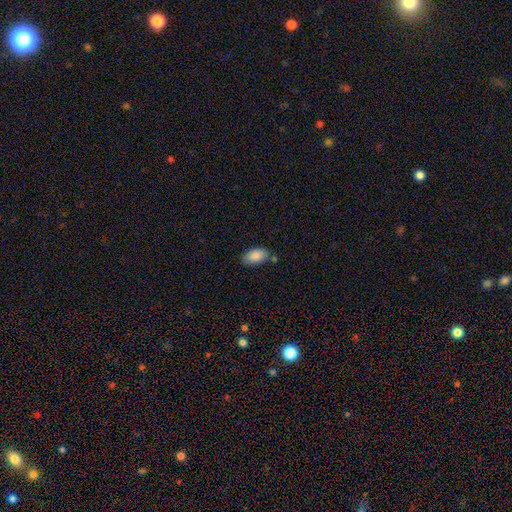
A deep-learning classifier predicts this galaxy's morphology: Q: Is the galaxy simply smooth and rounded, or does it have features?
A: smooth — 88%.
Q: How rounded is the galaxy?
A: in between — 94%.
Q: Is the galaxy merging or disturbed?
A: none — 69%.